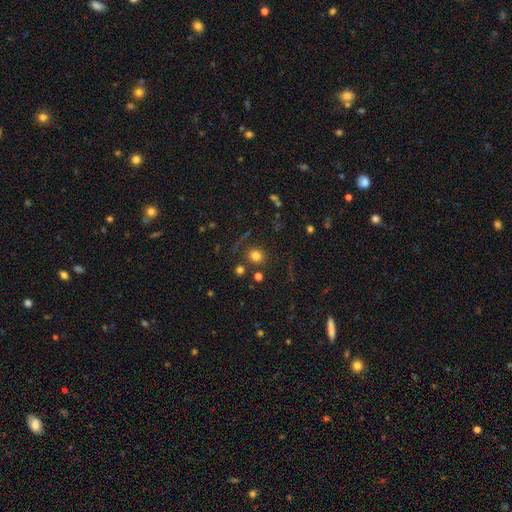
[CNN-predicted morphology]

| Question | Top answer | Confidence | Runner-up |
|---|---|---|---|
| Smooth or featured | smooth | 78% | star or artifact (15%) |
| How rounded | round | 87% | in between (12%) |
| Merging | none | 79% | minor disturbance (9%) |